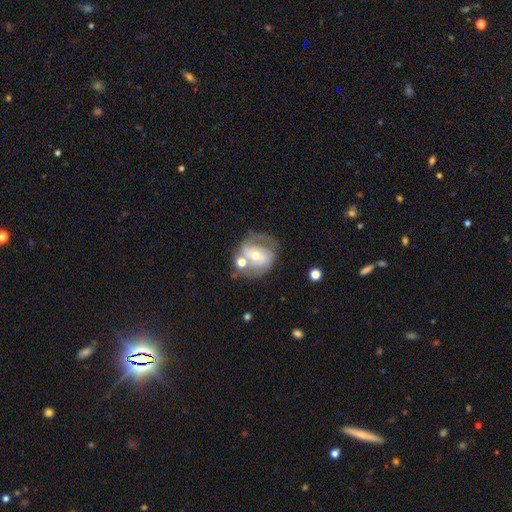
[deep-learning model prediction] smooth-or-featured: featured or disk: 71% | smooth: 21% | star or artifact: 8%
  disk-edge-on: no: 96% | yes: 4%
    bar: no: 40% | weak: 37% | strong: 23%
    has-spiral-arms: yes: 75% | no: 25%
      spiral-winding: medium: 44% | tight: 35% | loose: 21%
      spiral-arm-count: 2: 70% | can't tell: 18% | 1: 7% | 3: 3% | 4: 1% | more than 4: 1%
    bulge-size: moderate: 53% | small: 41% | large: 3% | none: 1% | dominant: 1%
  merging: none: 52% | minor disturbance: 18% | merger: 18% | major disturbance: 12%